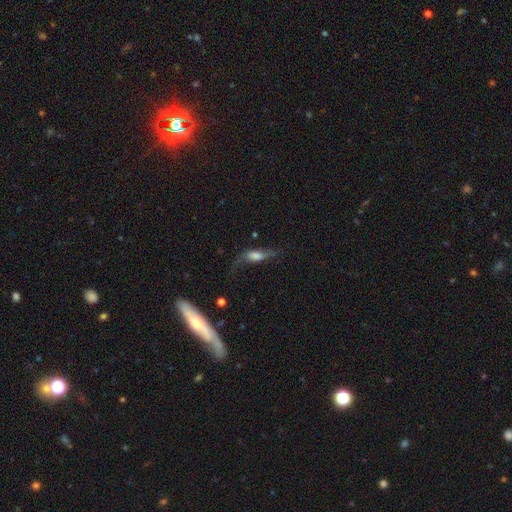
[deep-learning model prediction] smooth-or-featured: featured or disk: 47% | smooth: 42% | star or artifact: 10%
  merging: none: 44% | major disturbance: 29% | minor disturbance: 24% | merger: 3%